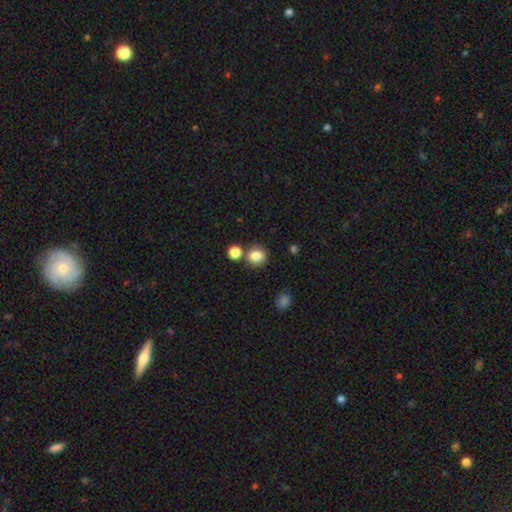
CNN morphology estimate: A smooth galaxy with no disk features (82%) that is round (85%).

Vote fractions:
- Smooth or featured? smooth: 82% / star or artifact: 12% / featured or disk: 6%
- How rounded? round: 85% / in between: 14% / cigar-shaped: 1%
- Merging? none: 74% / merger: 14% / minor disturbance: 9% / major disturbance: 3%